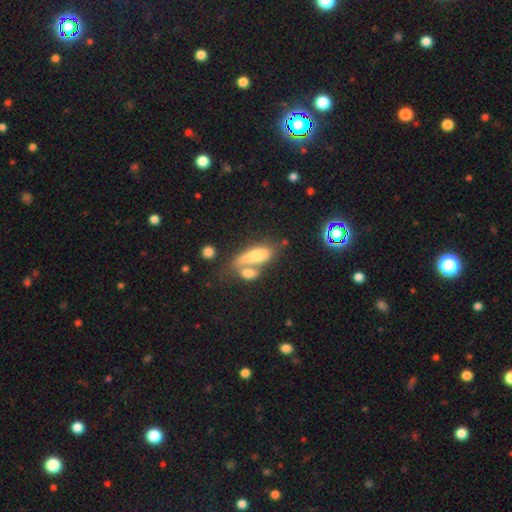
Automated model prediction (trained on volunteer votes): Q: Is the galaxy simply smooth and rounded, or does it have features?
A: smooth — 70%.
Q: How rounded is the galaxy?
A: in between — 64%.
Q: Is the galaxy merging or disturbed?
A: merger — 53%.